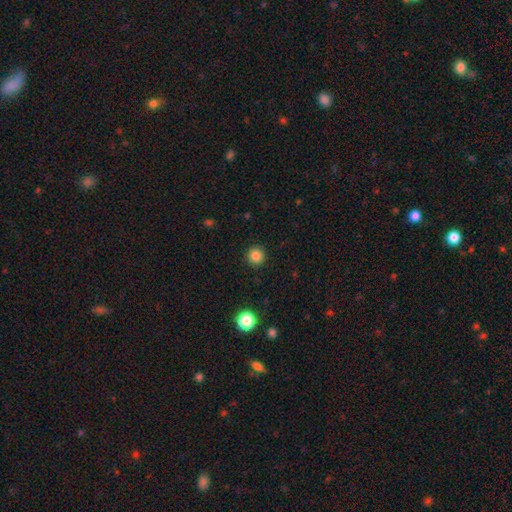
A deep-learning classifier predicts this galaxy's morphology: smooth 85%, star or artifact 12%, featured or disk 4%. Down the decision tree: how rounded — round (95%); merging — none (91%).